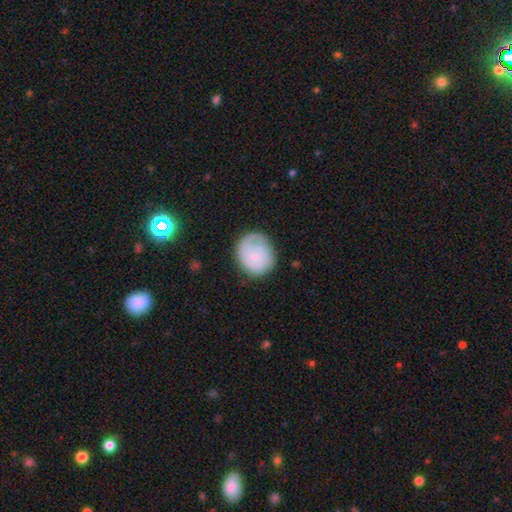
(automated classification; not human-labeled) A smooth galaxy with no disk features (53%) that is round (70%).

Vote fractions:
- Smooth or featured? smooth: 53% / featured or disk: 40% / star or artifact: 7%
- How rounded? round: 70% / in between: 29% / cigar-shaped: 1%
- Merging? none: 68% / minor disturbance: 22% / major disturbance: 8% / merger: 2%